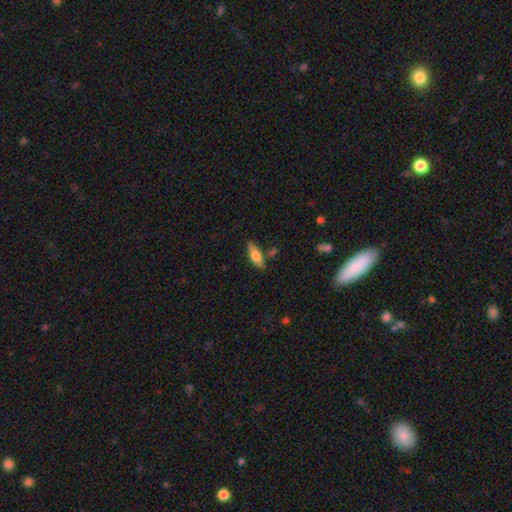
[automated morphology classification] smooth-or-featured: smooth: 61% | featured or disk: 33% | star or artifact: 7%
  how-rounded: in between: 61% | cigar-shaped: 37% | round: 3%
  merging: none: 74% | minor disturbance: 16% | merger: 5% | major disturbance: 4%